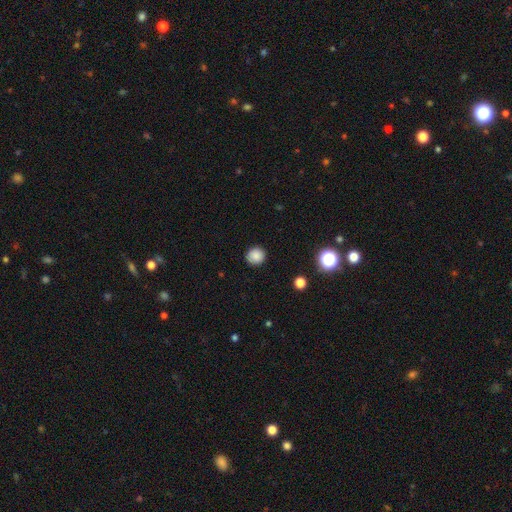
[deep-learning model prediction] Smooth or featured?
  - smooth: 85% *
  - star or artifact: 11%
  - featured or disk: 4%
How rounded?
  - round: 89% *
  - in between: 10%
  - cigar-shaped: 1%
Merging?
  - none: 89% *
  - minor disturbance: 8%
  - major disturbance: 2%
  - merger: 1%